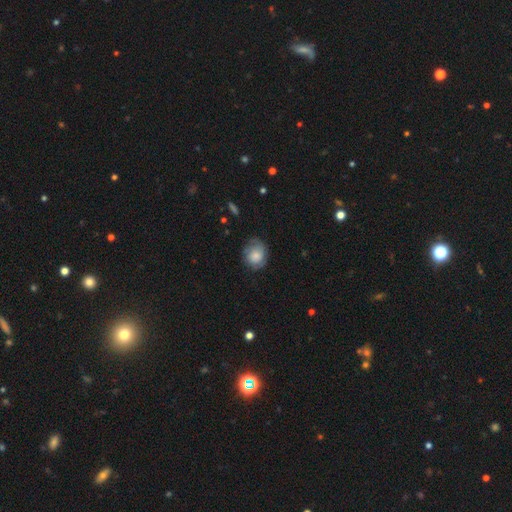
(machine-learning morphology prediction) smooth_or_featured: smooth (p=0.63) [alt: featured or disk p=0.29]
how_rounded: round (p=0.69) [alt: in between p=0.30]
merging: none (p=0.67) [alt: minor disturbance p=0.23]